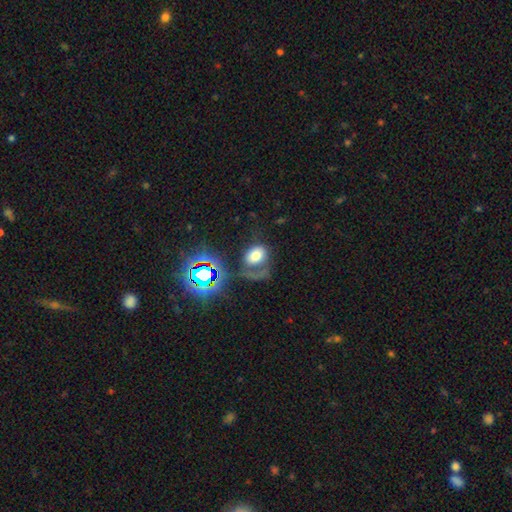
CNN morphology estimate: Smooth or featured? Predicted: smooth (p=0.63). How rounded? Predicted: in between (p=0.62). Merging? Predicted: none (p=0.37).